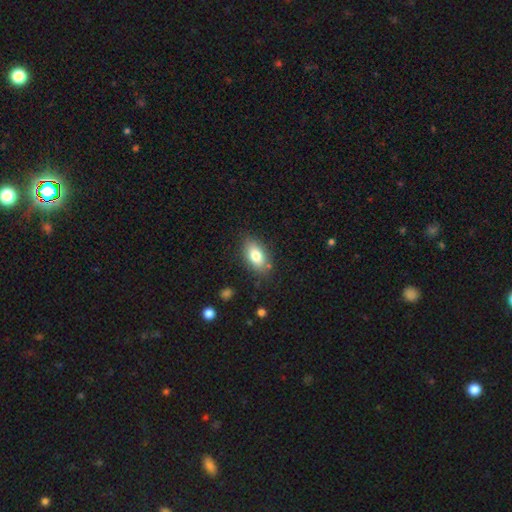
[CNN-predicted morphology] Overall: smooth (79%). How rounded: in between (89%). Merging: none (82%).